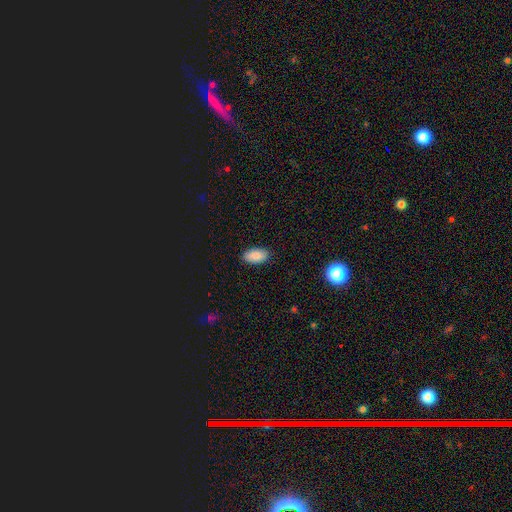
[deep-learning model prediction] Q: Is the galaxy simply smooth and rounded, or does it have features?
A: smooth — 88%.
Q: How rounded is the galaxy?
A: in between — 94%.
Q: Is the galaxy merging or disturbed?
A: none — 89%.